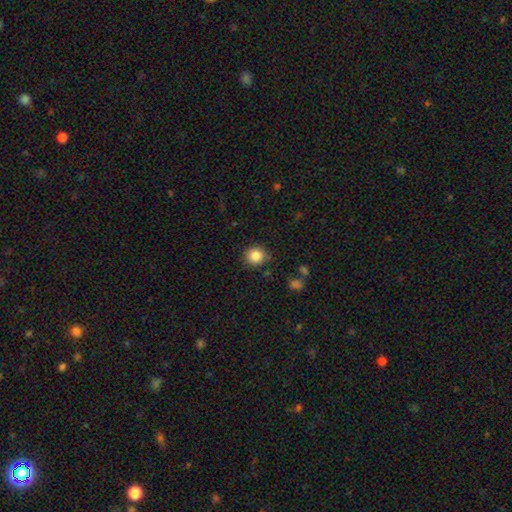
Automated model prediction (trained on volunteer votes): The model was most divided on "smooth or featured": smooth: 85%, star or artifact: 10%, featured or disk: 5%. More confident: how rounded — round (89%); merging — none (86%).